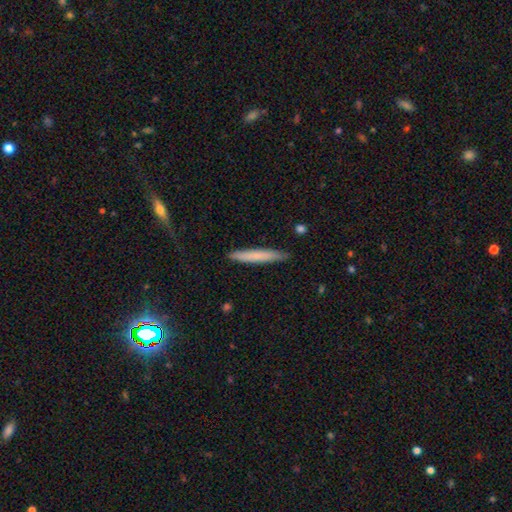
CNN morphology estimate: Smooth or featured: smooth — 71% (featured or disk — 23%)
How rounded: cigar-shaped — 95% (in between — 4%)
Merging: none — 87% (minor disturbance — 10%)